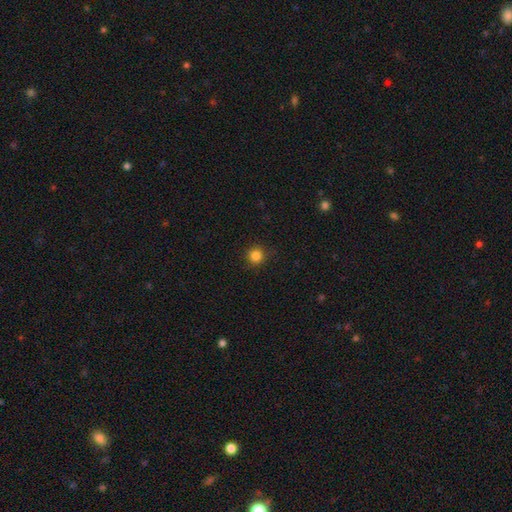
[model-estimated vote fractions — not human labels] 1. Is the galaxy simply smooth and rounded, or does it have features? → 84% smooth, 12% star or artifact, 4% featured or disk.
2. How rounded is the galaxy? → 94% round, 5% in between, 1% cigar-shaped.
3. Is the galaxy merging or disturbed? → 90% none, 7% minor disturbance, 2% major disturbance, 1% merger.